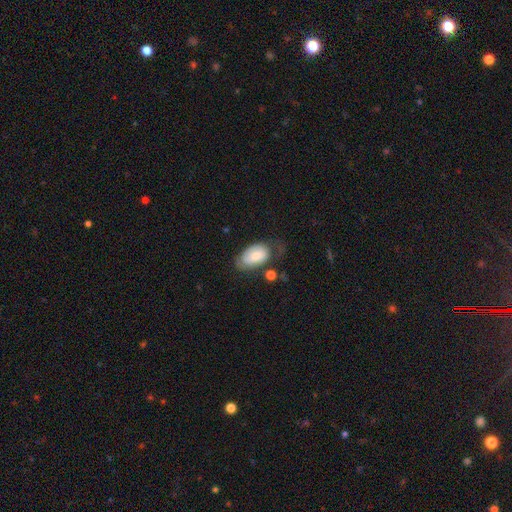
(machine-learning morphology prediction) This is likely a smooth galaxy (63%). How rounded: clearly in between (92%). Merging: marginally none (43%).